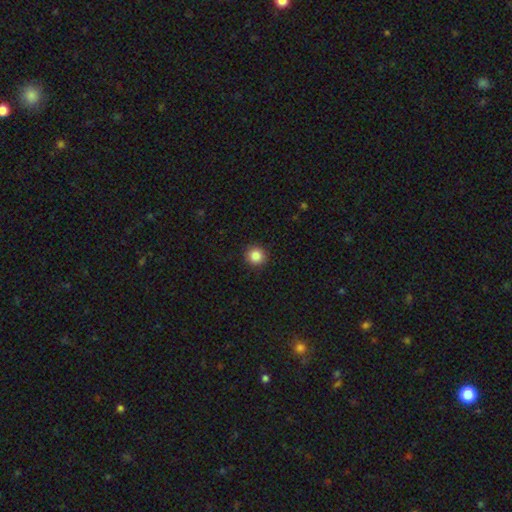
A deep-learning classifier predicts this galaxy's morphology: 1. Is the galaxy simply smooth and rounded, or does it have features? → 86% smooth, 10% star or artifact, 4% featured or disk.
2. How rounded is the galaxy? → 94% round, 5% in between, 1% cigar-shaped.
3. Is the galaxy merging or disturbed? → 91% none, 6% minor disturbance, 2% major disturbance, 1% merger.